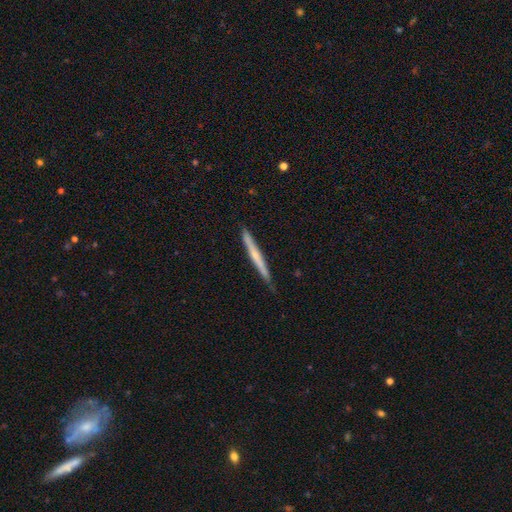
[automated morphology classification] featured or disk 49%, smooth 45%, star or artifact 6%. Down the decision tree: merging — none (84%).